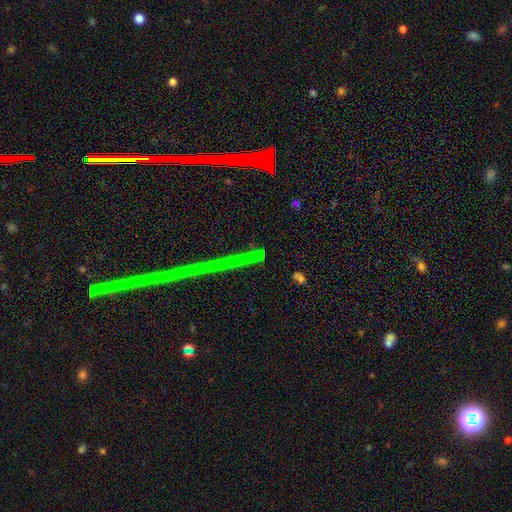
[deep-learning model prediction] A star or artifact, not a galaxy (77%).

Vote fractions:
- Smooth or featured? star or artifact: 77% / featured or disk: 12% / smooth: 11%